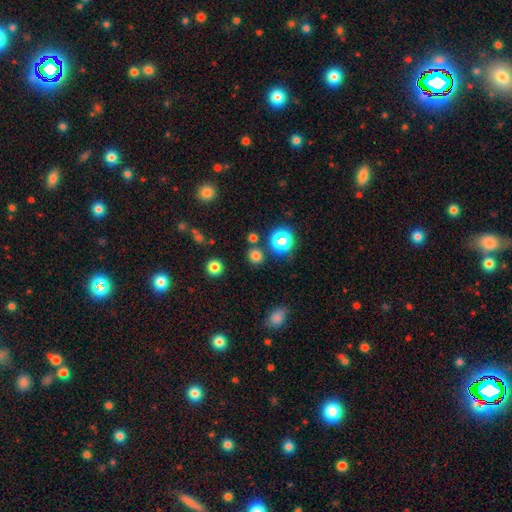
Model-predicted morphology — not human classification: smooth 72%, star or artifact 23%, featured or disk 5%. Down the decision tree: how rounded — round (88%); merging — none (83%).